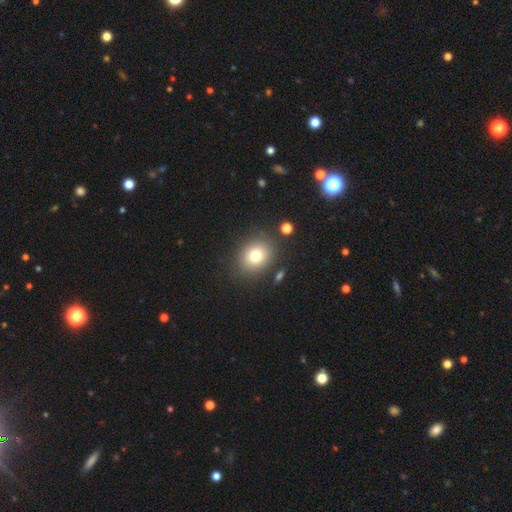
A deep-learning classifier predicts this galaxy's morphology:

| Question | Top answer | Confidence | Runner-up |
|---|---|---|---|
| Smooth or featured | smooth | 77% | star or artifact (12%) |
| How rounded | round | 61% | in between (38%) |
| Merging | none | 82% | minor disturbance (10%) |